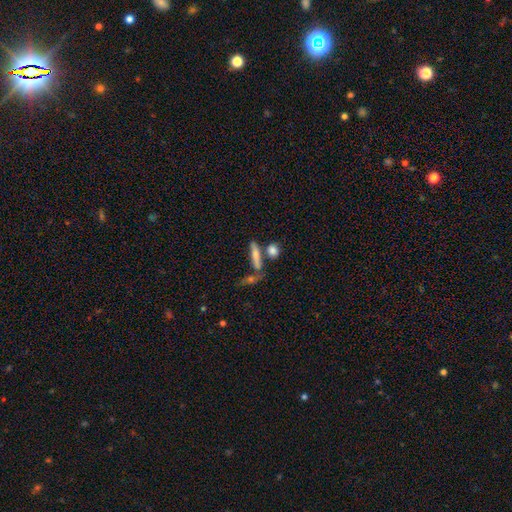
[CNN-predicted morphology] This is likely a smooth galaxy (70%). How rounded: likely cigar-shaped (68%). Merging: possibly none (58%).